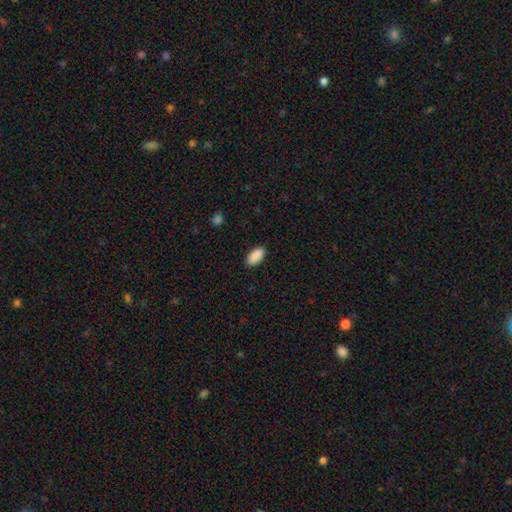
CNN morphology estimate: Smooth or featured?
  - smooth: 90% *
  - star or artifact: 7%
  - featured or disk: 3%
How rounded?
  - in between: 93% *
  - cigar-shaped: 5%
  - round: 2%
Merging?
  - none: 88% *
  - minor disturbance: 8%
  - major disturbance: 2%
  - merger: 1%